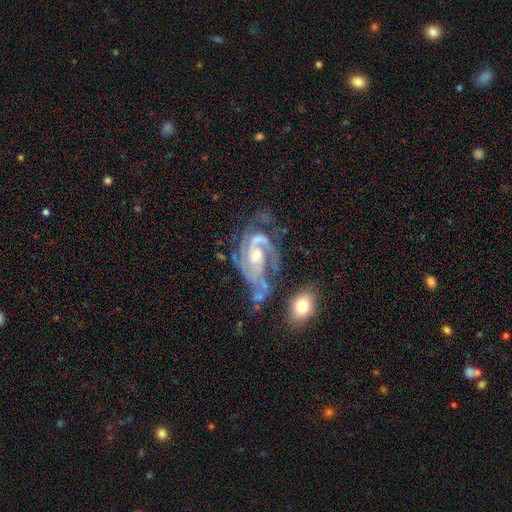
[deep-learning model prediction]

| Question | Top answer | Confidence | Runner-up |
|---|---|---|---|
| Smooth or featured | featured or disk | 90% | star or artifact (6%) |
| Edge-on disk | no | 97% | yes (3%) |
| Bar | no | 49% | weak (38%) |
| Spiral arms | yes | 97% | no (3%) |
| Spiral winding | medium | 47% | tight (43%) |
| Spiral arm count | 2 | 52% | 3 (25%) |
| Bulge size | moderate | 53% | small (38%) |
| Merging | none | 39% | major disturbance (25%) |